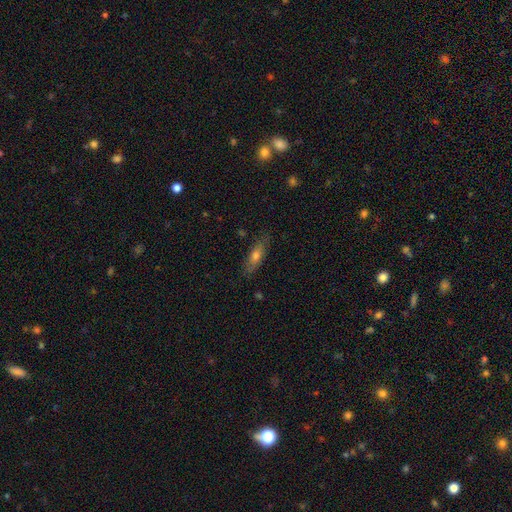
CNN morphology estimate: The model was most divided on "how rounded": cigar-shaped: 55%, in between: 42%, round: 3%. More confident: merging — none (81%); smooth or featured — smooth (59%).